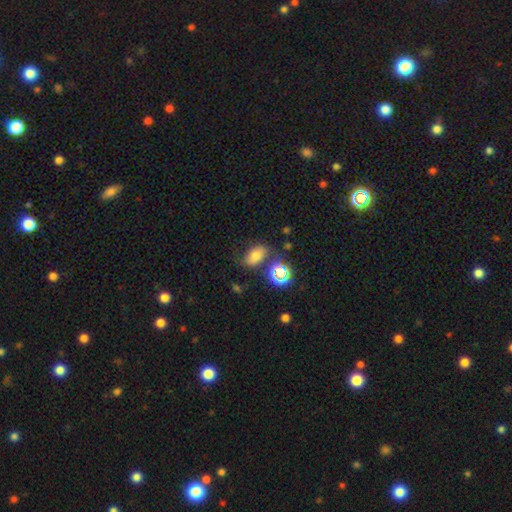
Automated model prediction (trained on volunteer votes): Smooth or featured?
  - smooth: 62% *
  - star or artifact: 20%
  - featured or disk: 17%
How rounded?
  - in between: 81% *
  - round: 16%
  - cigar-shaped: 2%
Merging?
  - none: 64% *
  - minor disturbance: 19%
  - merger: 10%
  - major disturbance: 8%